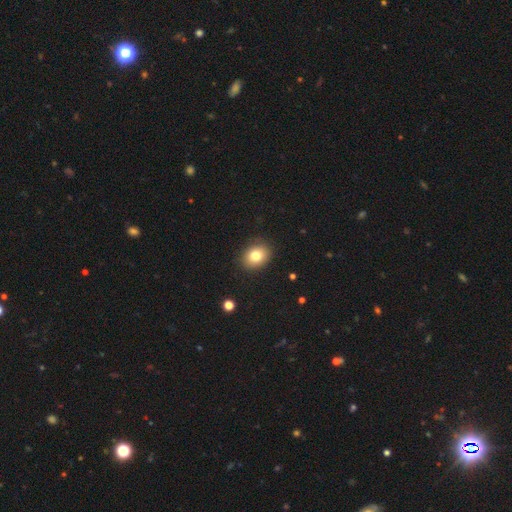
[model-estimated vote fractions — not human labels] This appears to be a smooth galaxy with no disk features (80%) that is in between round and cigar-shaped (57%). Merging: none (88%).